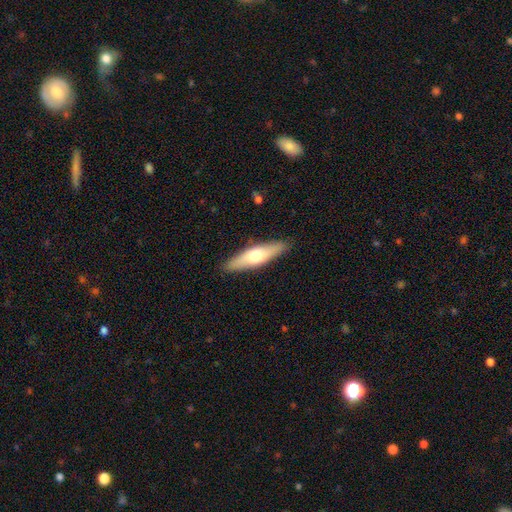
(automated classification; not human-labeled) Morphology: type=smooth (54%); roundness=cigar-shaped (68%); merging=none (89%).